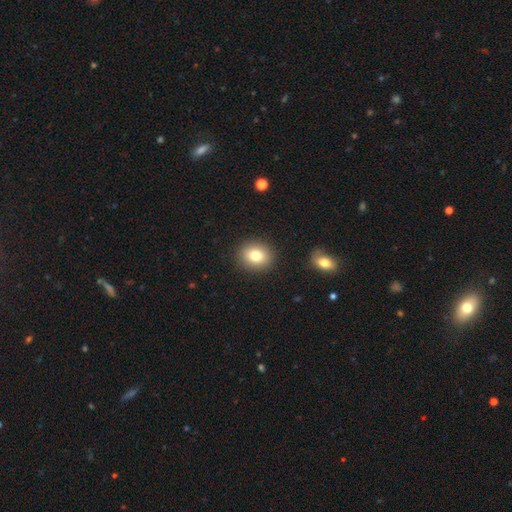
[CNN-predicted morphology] smooth 80%, star or artifact 10%, featured or disk 10%. Down the decision tree: how rounded — round (67%); merging — none (90%).